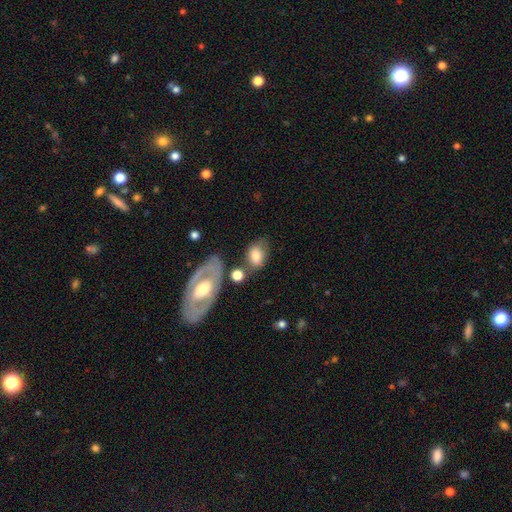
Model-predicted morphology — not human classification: Smooth or featured: smooth — 67% (featured or disk — 26%)
How rounded: in between — 76% (round — 22%)
Merging: none — 53% (minor disturbance — 21%)